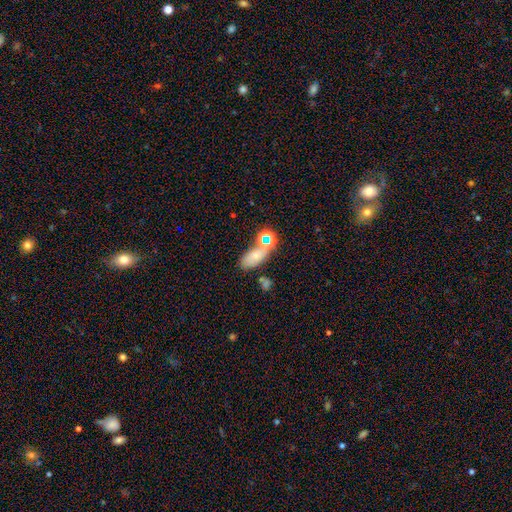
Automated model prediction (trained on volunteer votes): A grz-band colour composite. It shows a smooth galaxy with no disk features (64%) that is in between round and cigar-shaped (81%). Merging: none (55%).